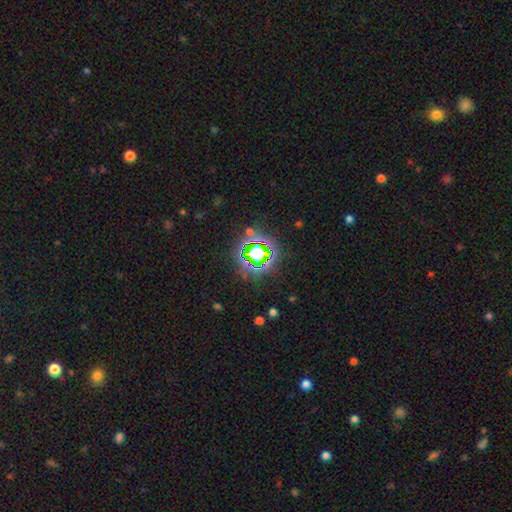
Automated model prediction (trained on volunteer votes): smooth-or-featured: star or artifact: 71% | smooth: 17% | featured or disk: 11%